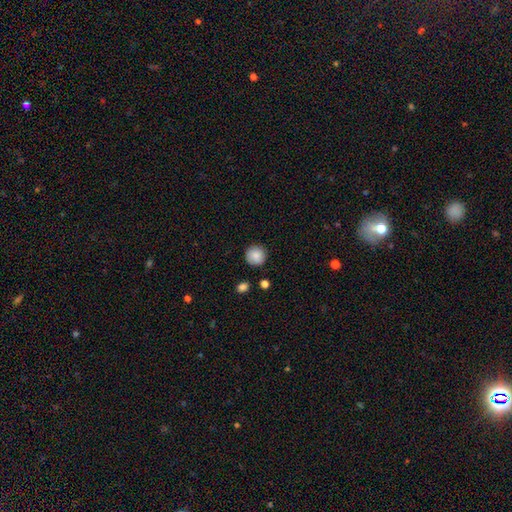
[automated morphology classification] A smooth galaxy with no disk features (86%) that is round (94%). Merging: none (88%).